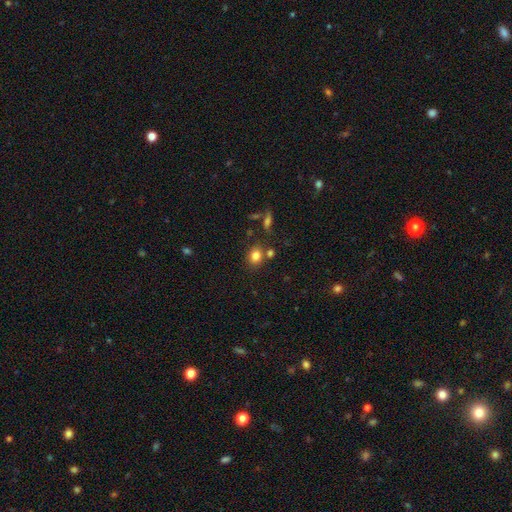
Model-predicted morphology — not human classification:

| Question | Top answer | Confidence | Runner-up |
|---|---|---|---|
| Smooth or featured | smooth | 82% | star or artifact (11%) |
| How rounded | in between | 50% | round (48%) |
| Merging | none | 71% | merger (13%) |